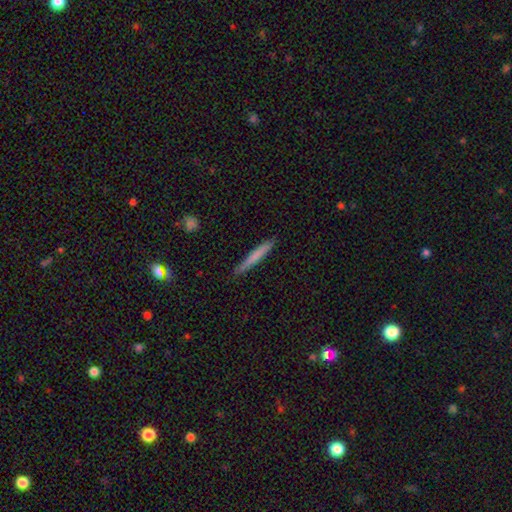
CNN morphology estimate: Smooth or featured? Predicted: smooth (p=0.70). How rounded? Predicted: cigar-shaped (p=0.96). Merging? Predicted: none (p=0.87).